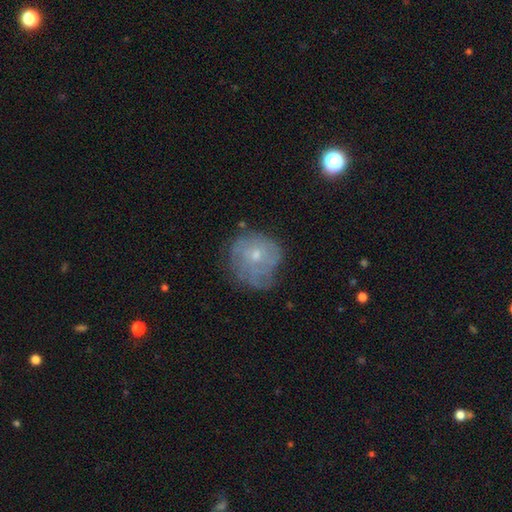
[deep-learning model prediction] Smooth or featured? featured or disk (53%)
Edge-on disk? no (97%)
Bar? no (83%)
Spiral arms? yes (60%)
Bulge size? small (61%)
Merging? none (54%)